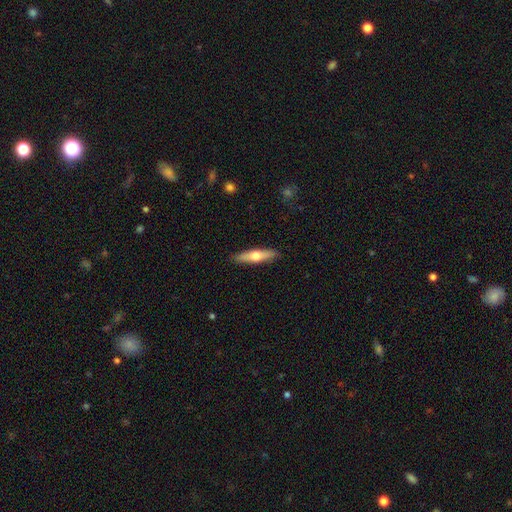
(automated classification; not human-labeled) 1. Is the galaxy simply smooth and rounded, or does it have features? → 49% featured or disk, 46% smooth, 5% star or artifact.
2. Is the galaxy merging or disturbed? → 90% none, 7% minor disturbance, 2% major disturbance, 1% merger.